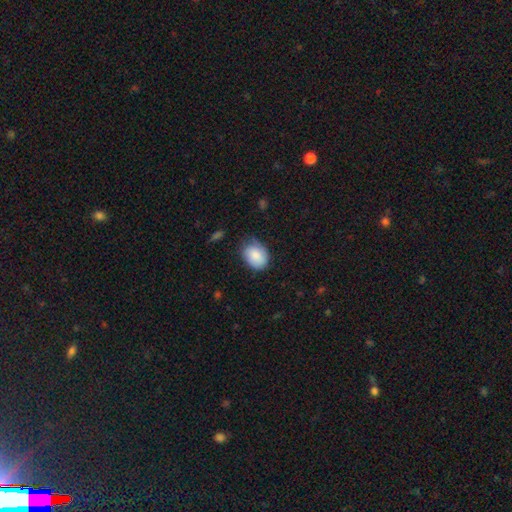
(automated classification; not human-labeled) Overall: smooth (83%). How rounded: in between (66%; round 34%). Merging: none (64%; minor disturbance 29%).